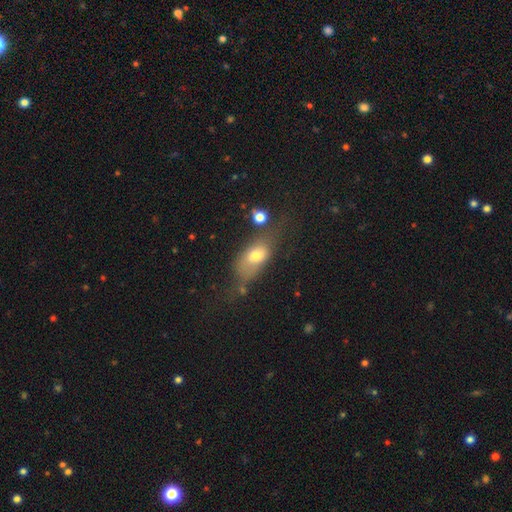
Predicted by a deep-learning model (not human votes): Smooth or featured?
  - smooth: 68% *
  - featured or disk: 21%
  - star or artifact: 11%
How rounded?
  - in between: 81% *
  - round: 11%
  - cigar-shaped: 8%
Merging?
  - none: 38% *
  - major disturbance: 25%
  - minor disturbance: 25%
  - merger: 12%